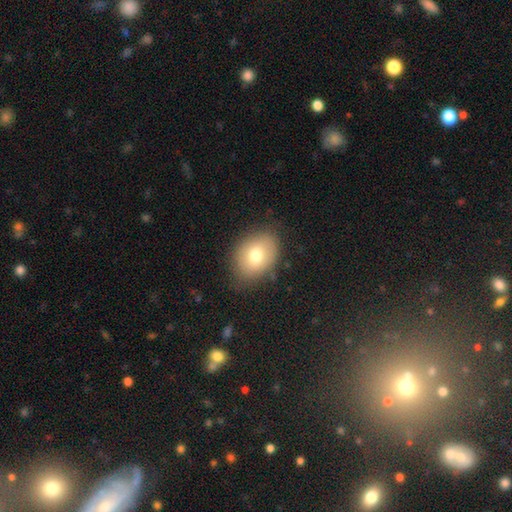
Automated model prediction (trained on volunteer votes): Overall: smooth (74%). How rounded: in between (65%; round 34%). Merging: none (78%).